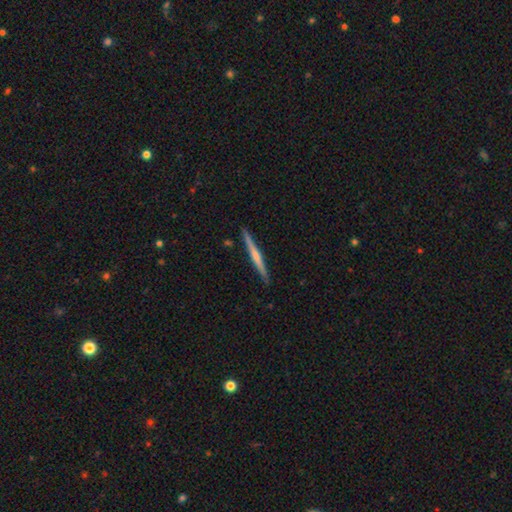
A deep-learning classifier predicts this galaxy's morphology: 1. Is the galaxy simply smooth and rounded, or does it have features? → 58% featured or disk, 37% smooth, 5% star or artifact.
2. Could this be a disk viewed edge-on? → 98% yes, 2% no.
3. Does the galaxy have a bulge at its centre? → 46% none, 43% rounded, 12% boxy.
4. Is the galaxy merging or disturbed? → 90% none, 7% minor disturbance, 1% major disturbance, 1% merger.